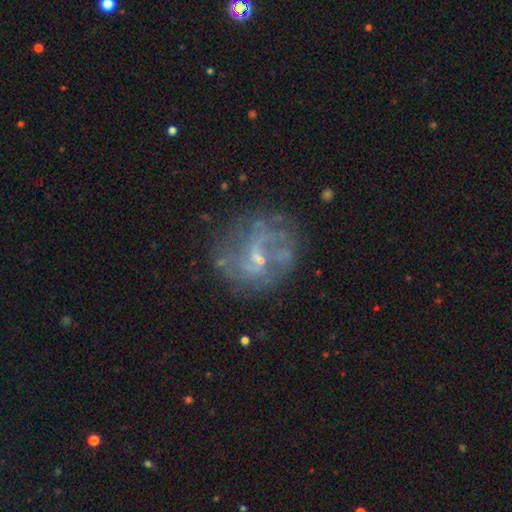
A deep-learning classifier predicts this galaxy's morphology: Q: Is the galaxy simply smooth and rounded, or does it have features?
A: featured or disk — 70%.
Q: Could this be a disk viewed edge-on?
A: no — 98%.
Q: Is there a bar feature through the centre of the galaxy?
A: no — 49%.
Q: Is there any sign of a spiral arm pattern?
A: yes — 66%.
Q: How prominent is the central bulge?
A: small — 65%.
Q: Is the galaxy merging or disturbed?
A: none — 62%.